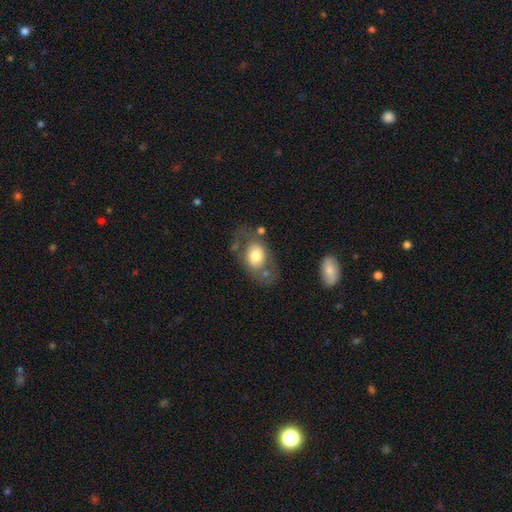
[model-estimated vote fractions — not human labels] Morphology: type=smooth (58%); roundness=in between (72%); merging=none (59%).